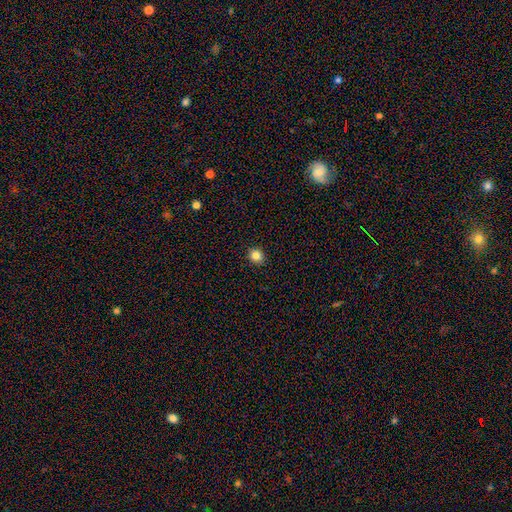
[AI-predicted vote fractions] This is clearly a smooth galaxy (83%). How rounded: clearly round (80%). Merging: clearly none (91%).